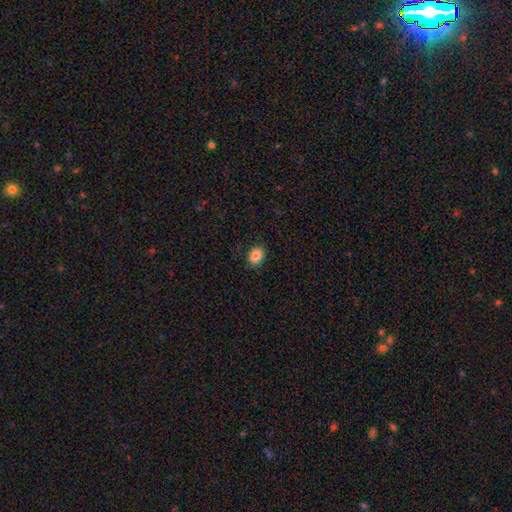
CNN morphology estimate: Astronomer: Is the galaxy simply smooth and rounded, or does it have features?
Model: smooth — 86%.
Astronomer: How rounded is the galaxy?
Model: in between — 64%.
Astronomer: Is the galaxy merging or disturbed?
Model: none — 88%.